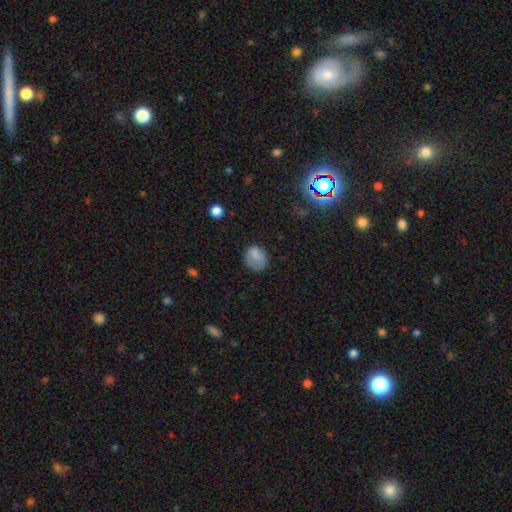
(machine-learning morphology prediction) Overall: smooth (79%). How rounded: round (73%). Merging: none (66%).